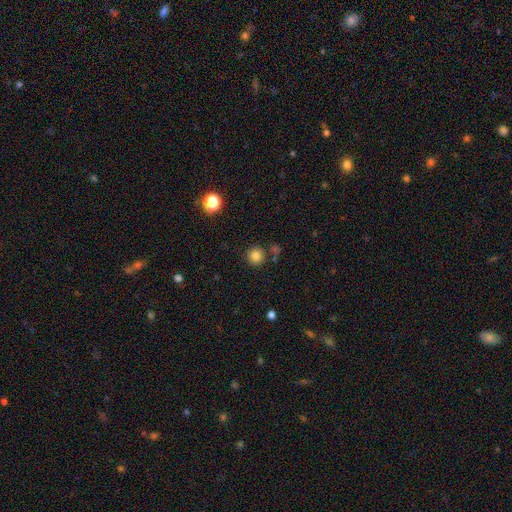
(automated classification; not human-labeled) Q: Smooth or featured?
A: smooth (82%); runner-up: star or artifact (13%)
Q: How rounded?
A: round (94%); runner-up: in between (5%)
Q: Merging?
A: none (83%); runner-up: minor disturbance (8%)